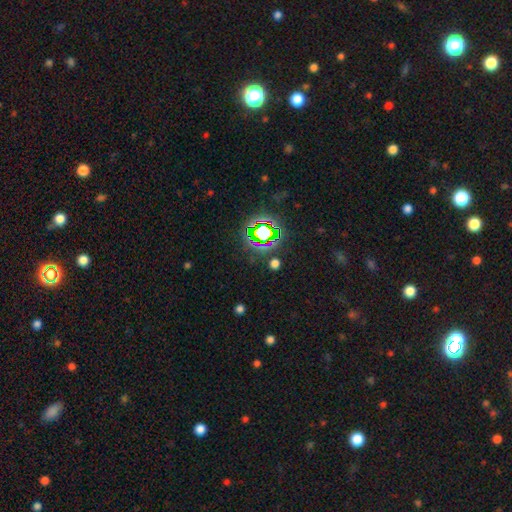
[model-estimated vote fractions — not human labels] This is likely a star or artifact rather than a galaxy (74%).